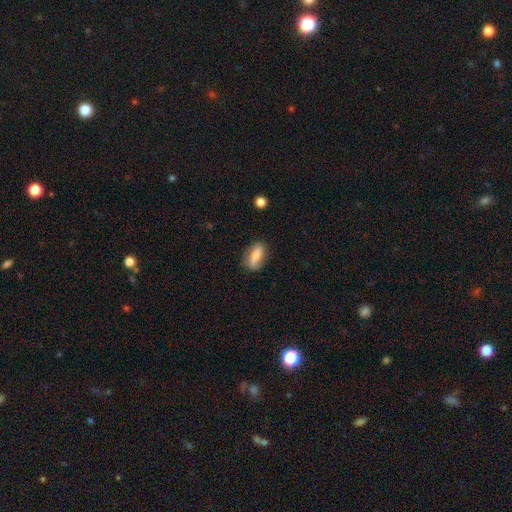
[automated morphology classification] The model was most divided on "smooth or featured": smooth: 69%, featured or disk: 23%, star or artifact: 8%. More confident: how rounded — in between (77%); merging — none (73%).